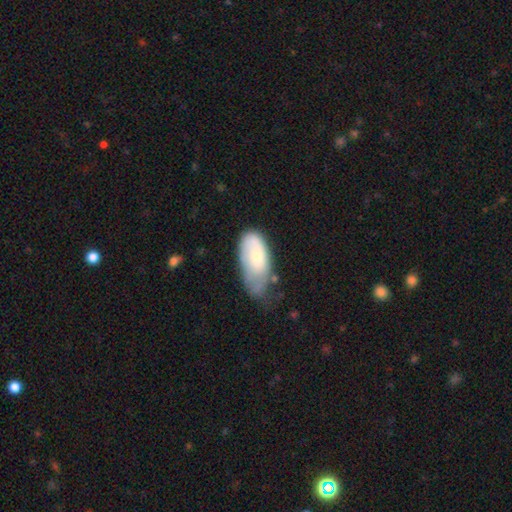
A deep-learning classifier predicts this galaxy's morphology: The model was most divided on "merging": minor disturbance: 43%, none: 33%, major disturbance: 20%, merger: 5%. More confident: how rounded — in between (93%); smooth or featured — smooth (66%).